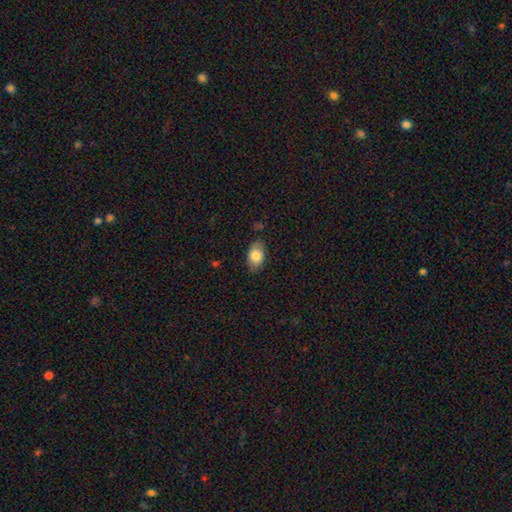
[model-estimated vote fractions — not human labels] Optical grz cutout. It shows a smooth galaxy with no disk features (80%) that is in between round and cigar-shaped (90%). Merging: none (80%).